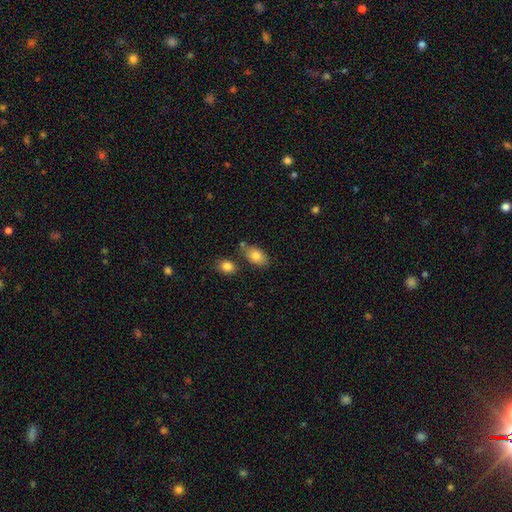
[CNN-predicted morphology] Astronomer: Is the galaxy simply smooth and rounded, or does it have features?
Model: smooth — 81%.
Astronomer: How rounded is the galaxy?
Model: in between — 90%.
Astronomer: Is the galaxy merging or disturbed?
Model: none — 67%.